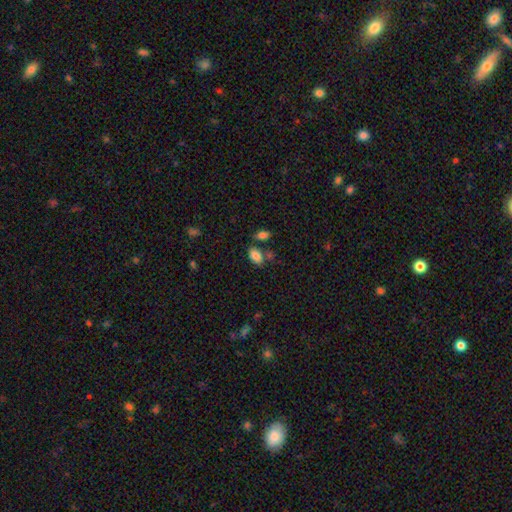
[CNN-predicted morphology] Overall: smooth (86%). How rounded: in between (92%). Merging: none (65%).